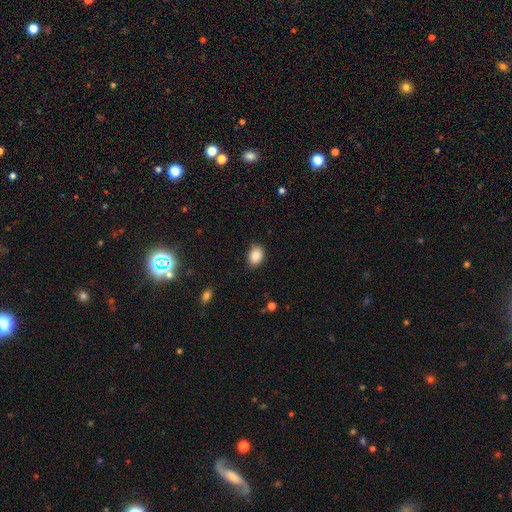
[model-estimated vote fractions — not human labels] Smooth or featured?
  - smooth: 88% *
  - star or artifact: 8%
  - featured or disk: 3%
How rounded?
  - in between: 75% *
  - round: 24%
  - cigar-shaped: 1%
Merging?
  - none: 81% *
  - minor disturbance: 15%
  - major disturbance: 3%
  - merger: 1%